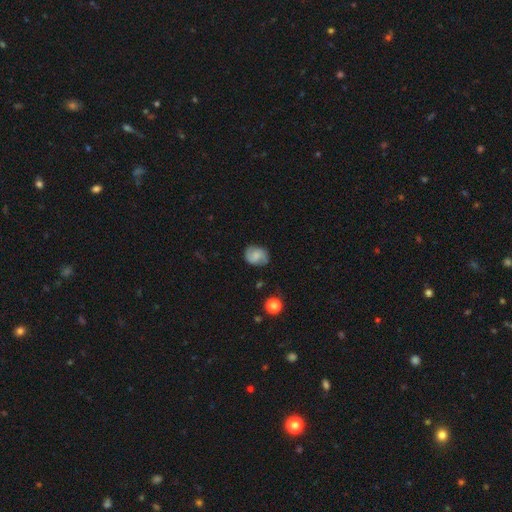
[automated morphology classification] Smooth or featured?
  - featured or disk: 52% *
  - smooth: 39%
  - star or artifact: 9%
Edge-on disk?
  - no: 98% *
  - yes: 2%
Bar?
  - no: 54% *
  - weak: 39%
  - strong: 8%
Spiral arms?
  - yes: 91% *
  - no: 9%
Bulge size?
  - small: 35% *
  - none: 31%
  - moderate: 26%
  - large: 6%
  - dominant: 2%
Merging?
  - none: 75% *
  - minor disturbance: 18%
  - major disturbance: 5%
  - merger: 2%